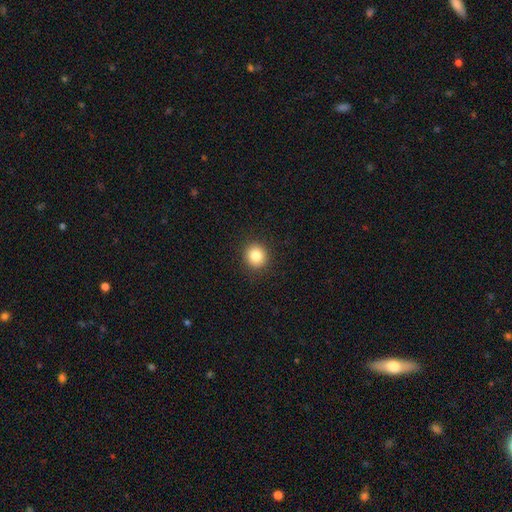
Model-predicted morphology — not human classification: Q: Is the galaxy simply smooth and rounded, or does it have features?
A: smooth — 84%.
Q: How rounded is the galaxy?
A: round — 90%.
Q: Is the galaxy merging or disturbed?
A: none — 92%.